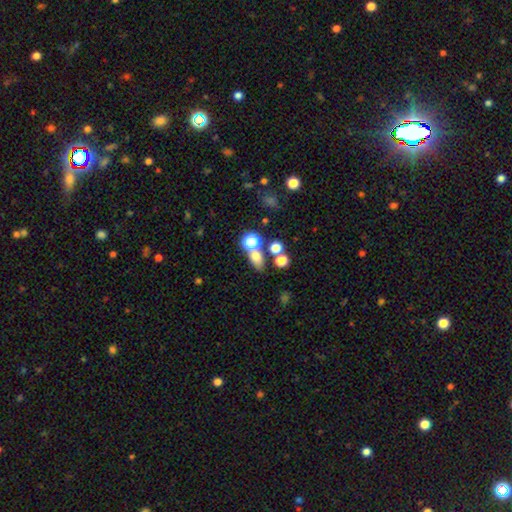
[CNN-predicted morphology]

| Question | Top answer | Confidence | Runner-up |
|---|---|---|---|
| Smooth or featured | smooth | 67% | star or artifact (20%) |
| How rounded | in between | 57% | round (39%) |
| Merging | none | 55% | merger (31%) |